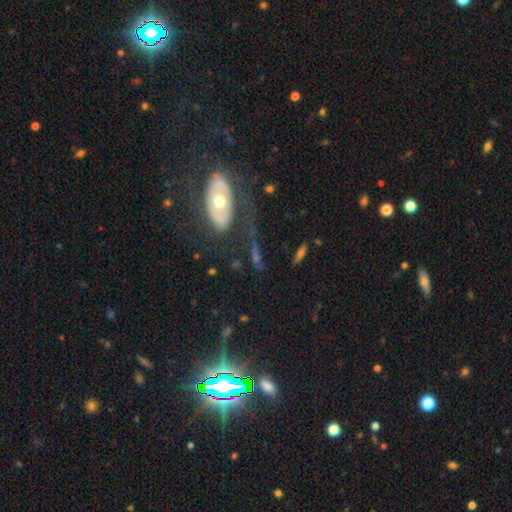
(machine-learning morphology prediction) Smooth or featured? Predicted: featured or disk (p=0.59). Edge-on disk? Predicted: no (p=0.76). Merging? Predicted: none (p=0.60).